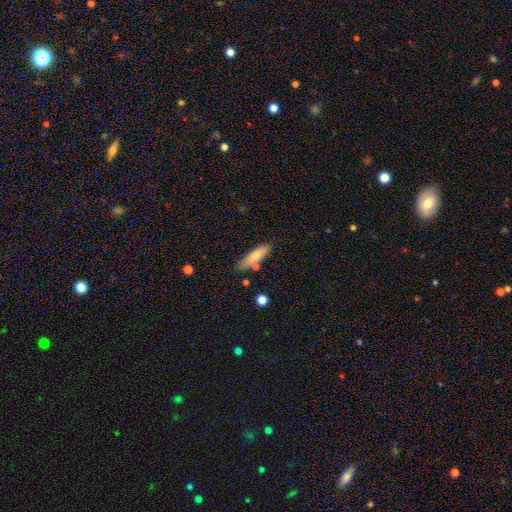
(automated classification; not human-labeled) Smooth or featured: smooth — 72% (featured or disk — 21%)
How rounded: cigar-shaped — 63% (in between — 35%)
Merging: none — 73% (minor disturbance — 16%)